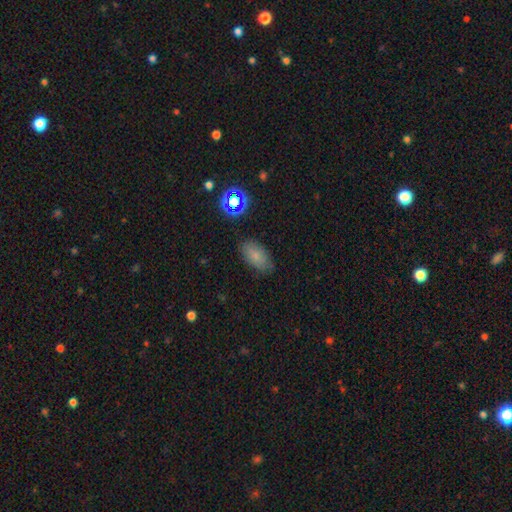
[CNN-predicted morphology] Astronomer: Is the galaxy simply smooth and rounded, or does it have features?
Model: smooth — 77%.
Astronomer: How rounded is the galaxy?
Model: in between — 91%.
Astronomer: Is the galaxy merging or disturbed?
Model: none — 81%.